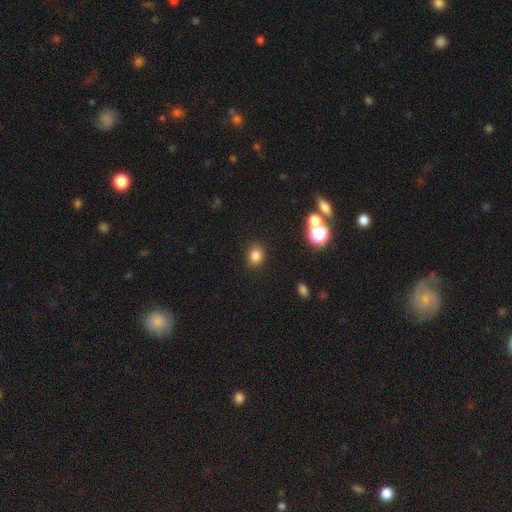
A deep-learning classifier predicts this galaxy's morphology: Smooth or featured: smooth — 81% (star or artifact — 14%)
How rounded: round — 63% (in between — 36%)
Merging: none — 86% (minor disturbance — 9%)